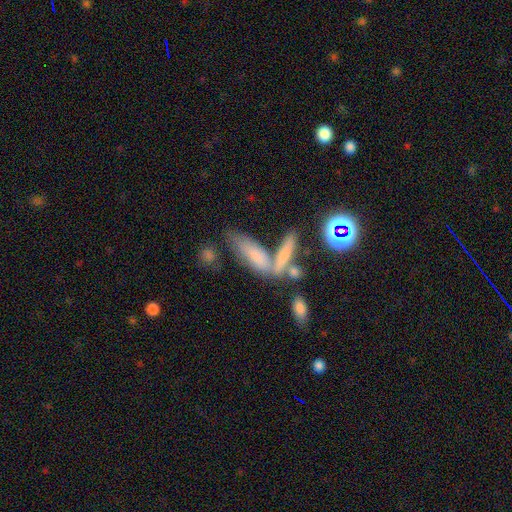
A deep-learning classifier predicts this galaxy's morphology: Smooth or featured? smooth (71%)
How rounded? in between (49%)
Merging? merger (42%)